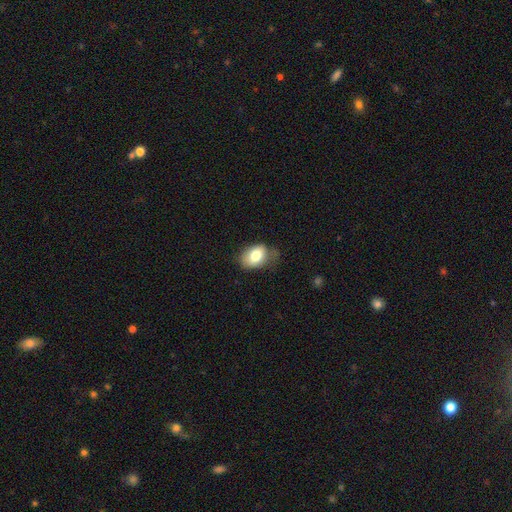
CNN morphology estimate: Q: Smooth or featured?
A: smooth (78%); runner-up: featured or disk (14%)
Q: How rounded?
A: in between (80%); runner-up: round (19%)
Q: Merging?
A: none (55%); runner-up: minor disturbance (32%)